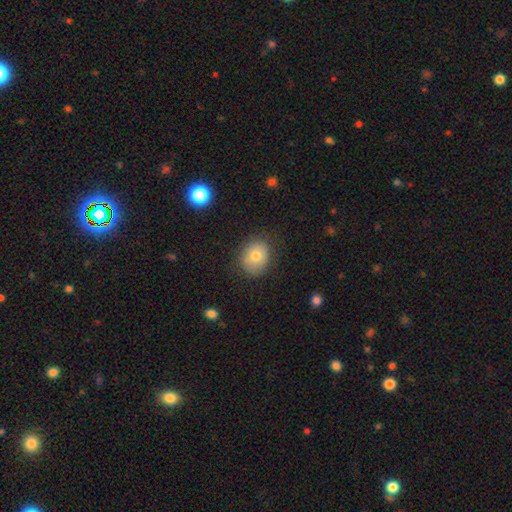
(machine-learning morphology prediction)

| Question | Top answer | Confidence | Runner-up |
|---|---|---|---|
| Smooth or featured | smooth | 76% | featured or disk (14%) |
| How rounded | round | 61% | in between (38%) |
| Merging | none | 81% | minor disturbance (14%) |